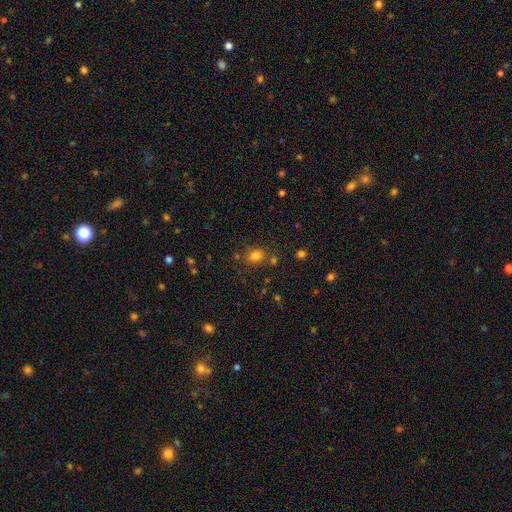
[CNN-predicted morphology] Overall: smooth (78%). How rounded: round (64%; in between 35%). Merging: none (74%).